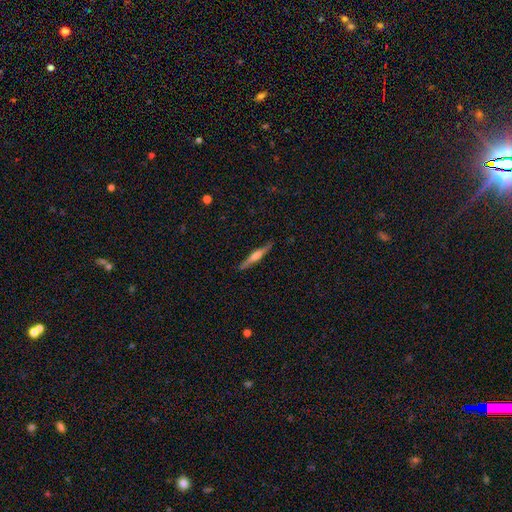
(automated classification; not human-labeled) smooth_or_featured: featured or disk (p=0.65) [alt: smooth p=0.29]
disk_edge_on: yes (p=0.97) [alt: no p=0.03]
edge_on_bulge: rounded (p=0.61) [alt: boxy p=0.26]
merging: none (p=0.89) [alt: minor disturbance p=0.08]